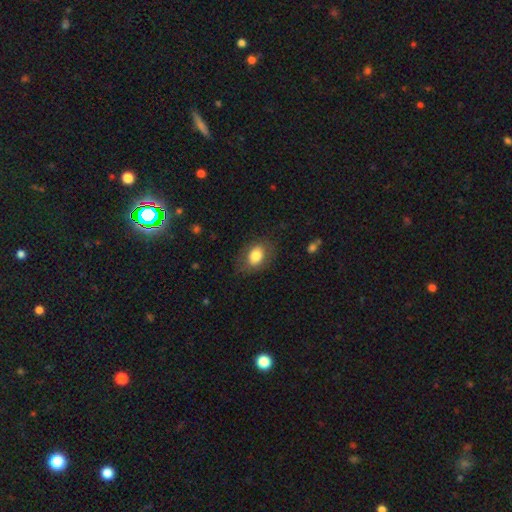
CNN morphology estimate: Q: Smooth or featured?
A: smooth (77%); runner-up: featured or disk (15%)
Q: How rounded?
A: in between (77%); runner-up: round (22%)
Q: Merging?
A: none (76%); runner-up: minor disturbance (16%)